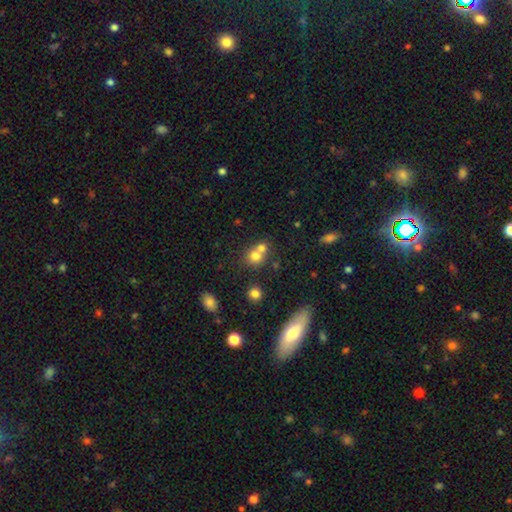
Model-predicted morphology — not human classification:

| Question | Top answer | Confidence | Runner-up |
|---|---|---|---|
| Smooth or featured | smooth | 74% | star or artifact (14%) |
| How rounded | round | 80% | in between (19%) |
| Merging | merger | 54% | none (37%) |